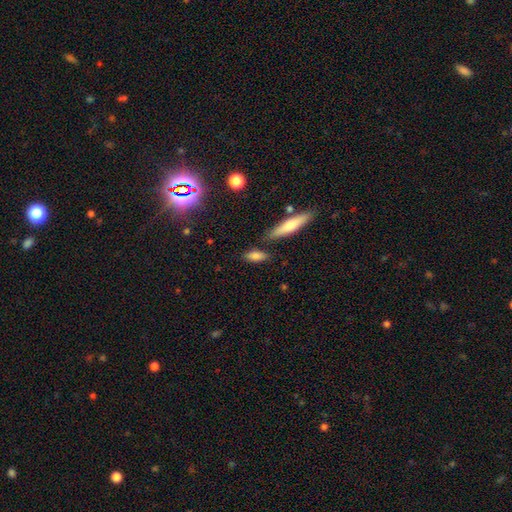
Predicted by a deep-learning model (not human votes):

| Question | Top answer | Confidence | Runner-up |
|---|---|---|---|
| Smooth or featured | smooth | 80% | featured or disk (12%) |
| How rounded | in between | 66% | cigar-shaped (30%) |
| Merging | none | 74% | minor disturbance (15%) |